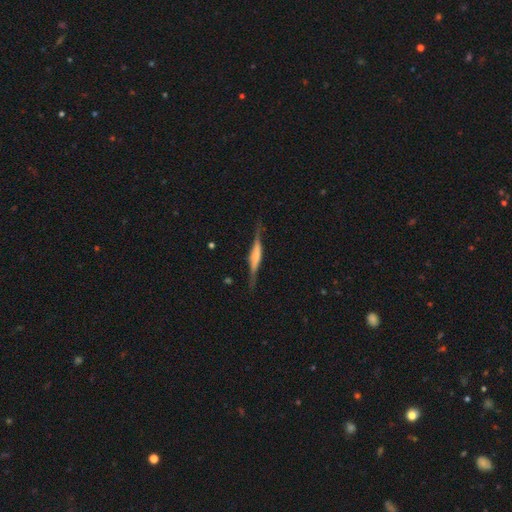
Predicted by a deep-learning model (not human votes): Q: Smooth or featured?
A: featured or disk (68%); runner-up: smooth (26%)
Q: Edge-on disk?
A: yes (96%); runner-up: no (4%)
Q: Edge-on bulge?
A: rounded (47%); runner-up: boxy (39%)
Q: Merging?
A: none (82%); runner-up: minor disturbance (13%)